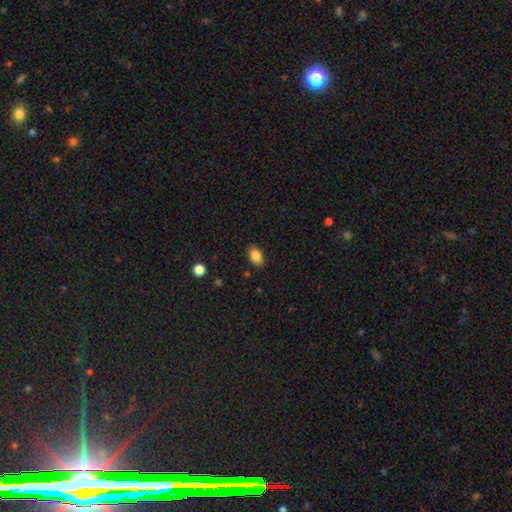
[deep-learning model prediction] smooth-or-featured: smooth: 86% | star or artifact: 9% | featured or disk: 6%
  how-rounded: in between: 87% | round: 11% | cigar-shaped: 2%
  merging: none: 86% | minor disturbance: 11% | major disturbance: 3% | merger: 1%